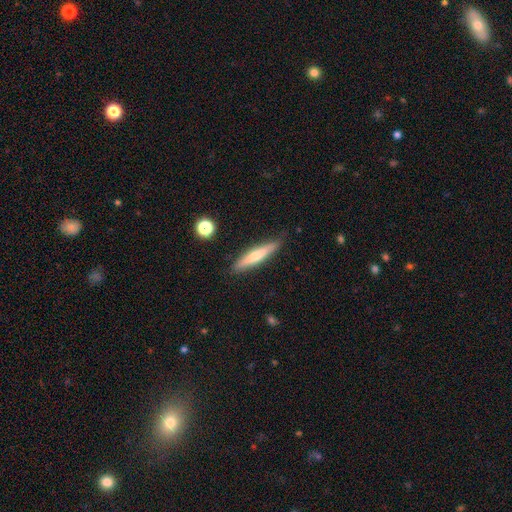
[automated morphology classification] Smooth or featured: smooth — 58% (featured or disk — 36%)
How rounded: cigar-shaped — 89% (in between — 9%)
Merging: none — 86% (minor disturbance — 10%)